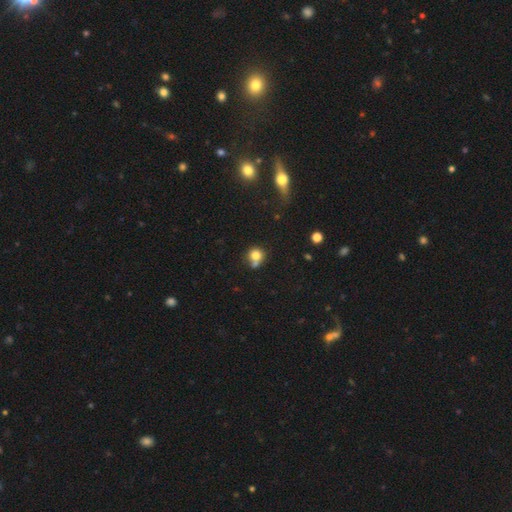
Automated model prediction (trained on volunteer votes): This is likely a smooth galaxy (77%). How rounded: clearly round (85%). Merging: possibly none (49%).